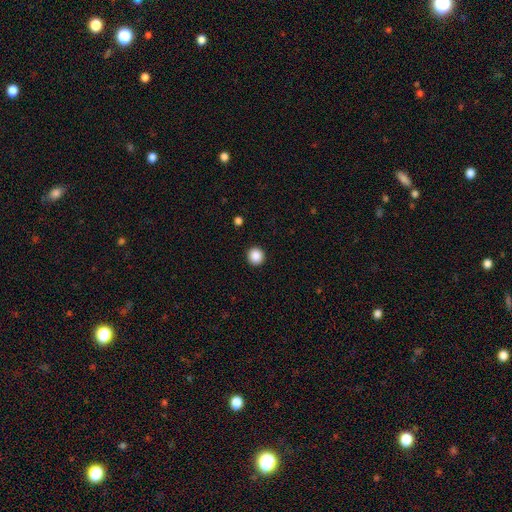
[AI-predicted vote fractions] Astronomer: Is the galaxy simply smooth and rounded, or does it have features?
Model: smooth — 88%.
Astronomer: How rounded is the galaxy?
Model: round — 95%.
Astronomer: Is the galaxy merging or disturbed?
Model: none — 93%.